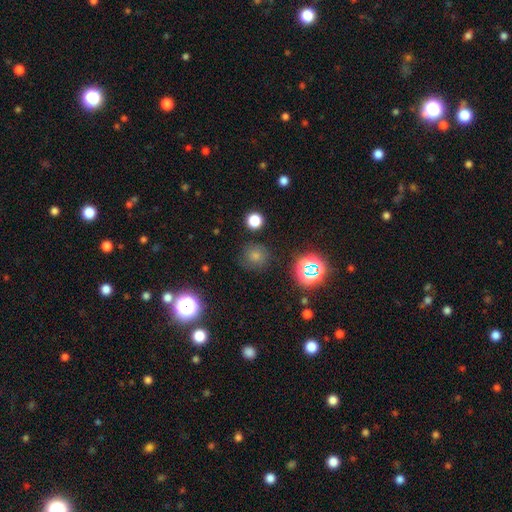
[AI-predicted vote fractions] Overall: smooth (67%). How rounded: round (88%). Merging: none (79%).